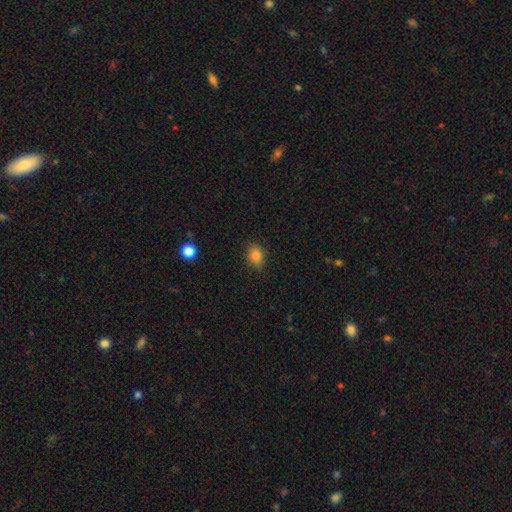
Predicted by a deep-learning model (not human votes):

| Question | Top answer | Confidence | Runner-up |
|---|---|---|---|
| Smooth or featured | smooth | 82% | star or artifact (11%) |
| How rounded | in between | 76% | round (23%) |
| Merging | none | 84% | minor disturbance (12%) |